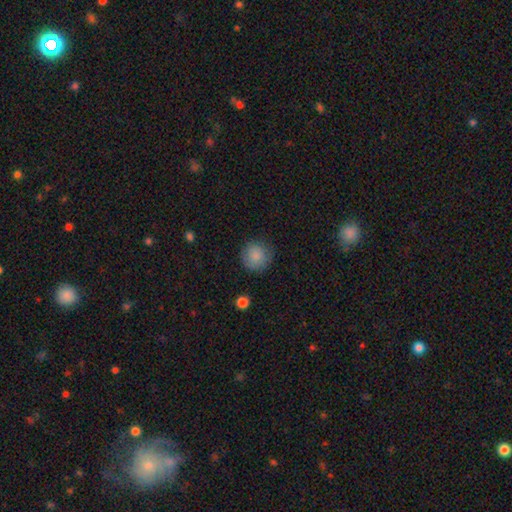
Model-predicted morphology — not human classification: This appears to be a smooth galaxy with no disk features (85%) that is round (93%). Merging: none (82%).